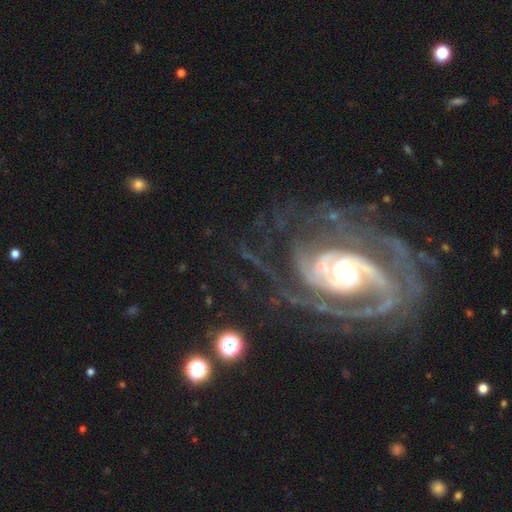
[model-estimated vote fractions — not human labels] featured or disk 90%, star or artifact 6%, smooth 4%. Down the decision tree: edge-on disk — no (97%); bar — no (52%); spiral arms — yes (97%); spiral arm count — 2 (32%); spiral winding — tight (63%); bulge size — moderate (57%); merging — none (65%).